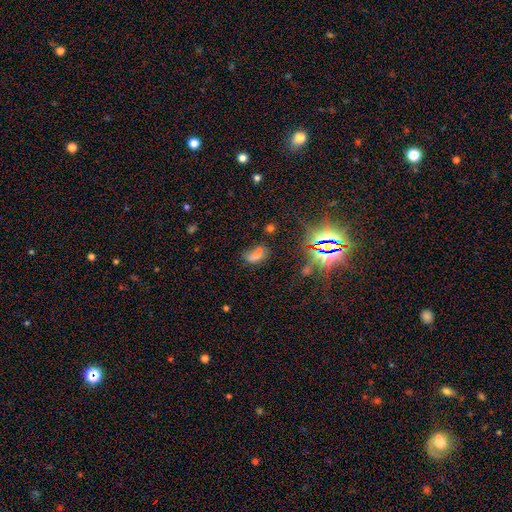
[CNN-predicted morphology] Smooth or featured? smooth (59%)
How rounded? in between (85%)
Merging? none (41%)